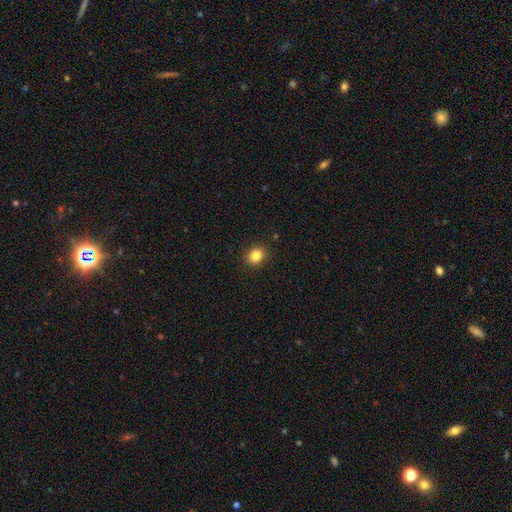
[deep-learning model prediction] Smooth or featured? Predicted: smooth (p=0.83). How rounded? Predicted: round (p=0.66). Merging? Predicted: none (p=0.91).